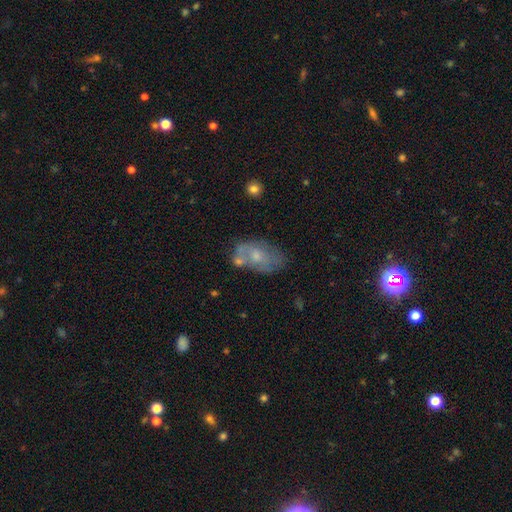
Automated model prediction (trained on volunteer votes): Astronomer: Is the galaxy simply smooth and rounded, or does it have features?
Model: smooth — 48% (runner-up: featured or disk, 44%).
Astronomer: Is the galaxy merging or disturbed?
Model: none — 49% (runner-up: minor disturbance, 25%).